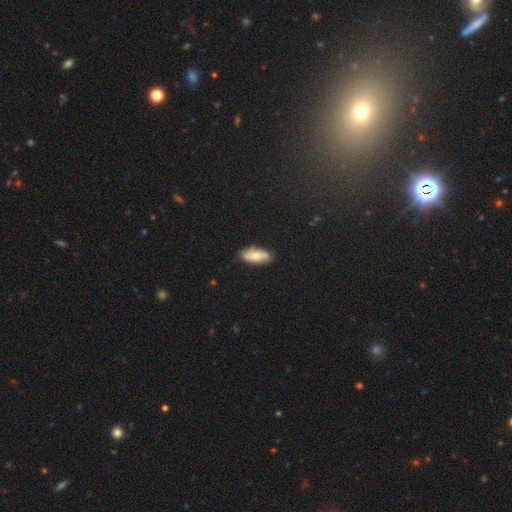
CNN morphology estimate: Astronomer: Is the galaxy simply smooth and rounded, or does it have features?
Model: smooth — 61%.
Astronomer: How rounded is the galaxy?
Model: in between — 79%.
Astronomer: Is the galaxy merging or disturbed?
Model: none — 79%.